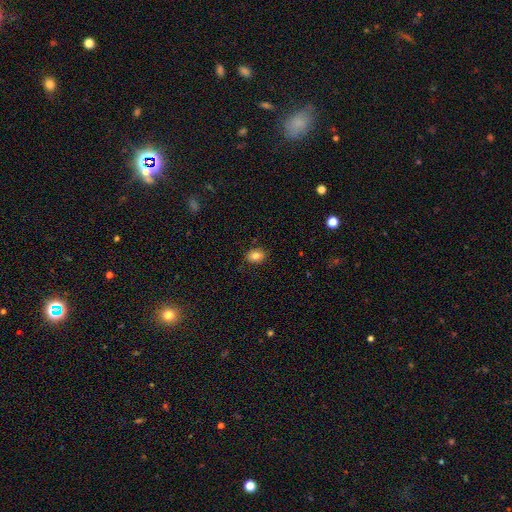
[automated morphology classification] Smooth or featured? Predicted: smooth (p=0.82). How rounded? Predicted: in between (p=0.59). Merging? Predicted: none (p=0.86).